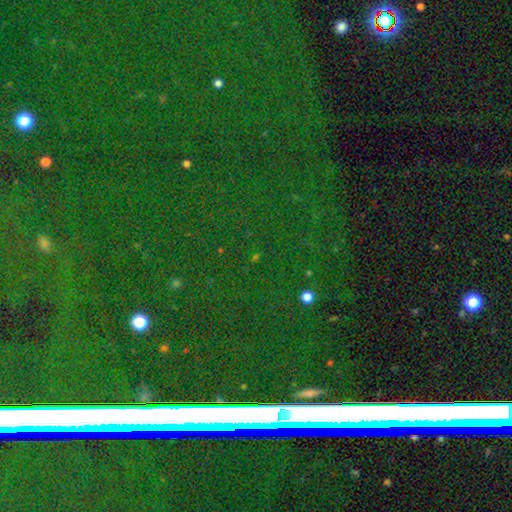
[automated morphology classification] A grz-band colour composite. It shows a star or artifact, not a galaxy (76%).